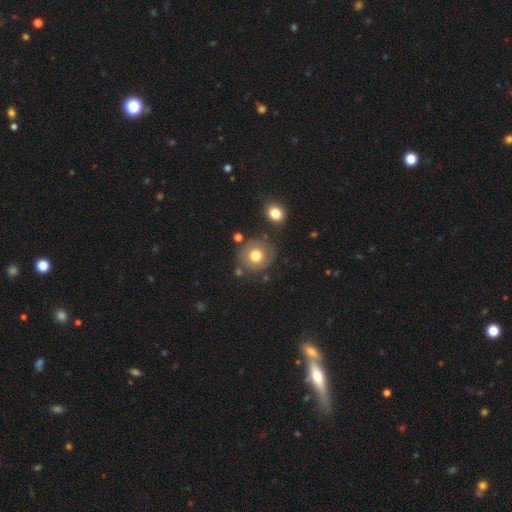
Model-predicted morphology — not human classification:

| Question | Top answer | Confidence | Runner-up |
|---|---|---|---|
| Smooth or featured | smooth | 70% | featured or disk (20%) |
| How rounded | round | 88% | in between (11%) |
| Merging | none | 78% | minor disturbance (12%) |